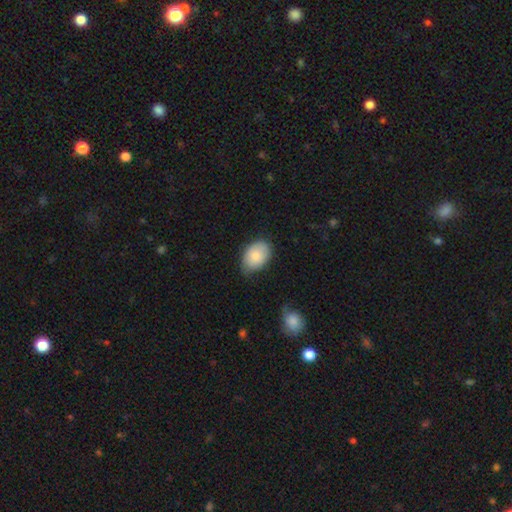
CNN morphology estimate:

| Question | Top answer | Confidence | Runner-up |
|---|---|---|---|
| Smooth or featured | smooth | 83% | featured or disk (10%) |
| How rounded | in between | 85% | round (14%) |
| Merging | none | 65% | minor disturbance (29%) |